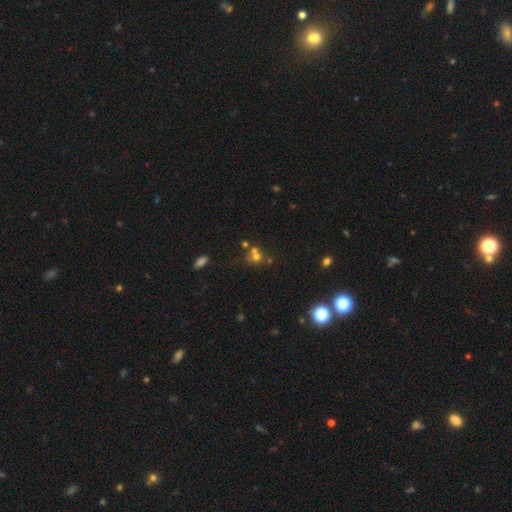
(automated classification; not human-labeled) Morphology: type=smooth (58%); roundness=round (78%); merging=none (44%).